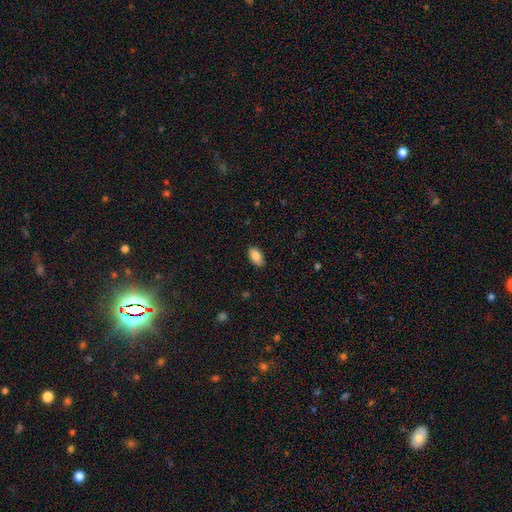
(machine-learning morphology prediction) Smooth or featured?
  - smooth: 86% *
  - star or artifact: 7%
  - featured or disk: 7%
How rounded?
  - in between: 94% *
  - round: 4%
  - cigar-shaped: 3%
Merging?
  - none: 88% *
  - minor disturbance: 9%
  - major disturbance: 2%
  - merger: 1%